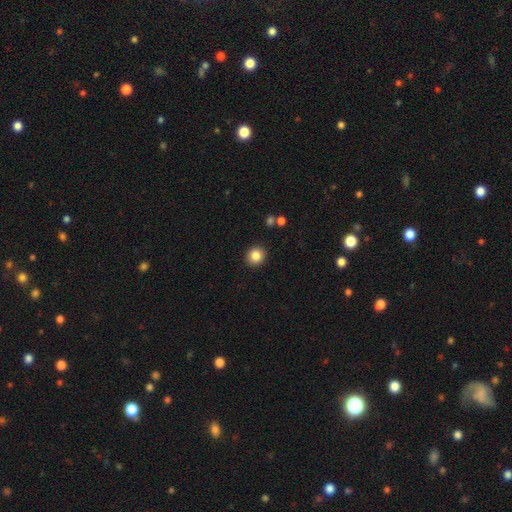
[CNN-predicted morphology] Overall: smooth (85%). How rounded: round (88%). Merging: none (91%).